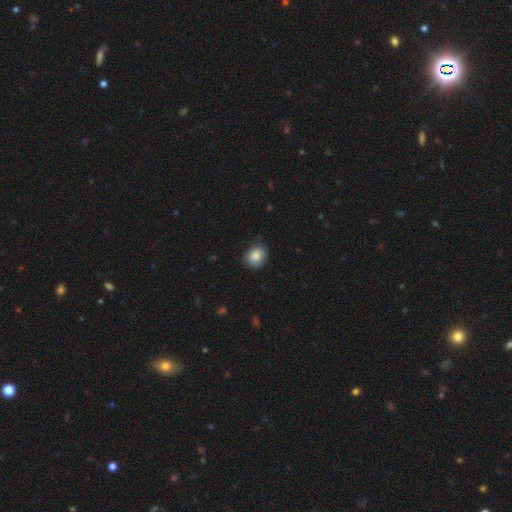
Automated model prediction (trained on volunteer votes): smooth_or_featured: smooth (p=0.85) [alt: star or artifact p=0.08]
how_rounded: round (p=0.59) [alt: in between p=0.40]
merging: none (p=0.78) [alt: minor disturbance p=0.18]